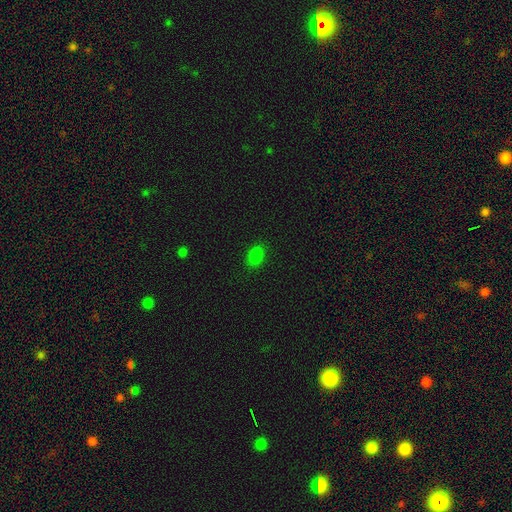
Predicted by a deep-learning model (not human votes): Q: Smooth or featured?
A: smooth (82%); runner-up: star or artifact (14%)
Q: How rounded?
A: in between (80%); runner-up: round (18%)
Q: Merging?
A: none (86%); runner-up: minor disturbance (11%)